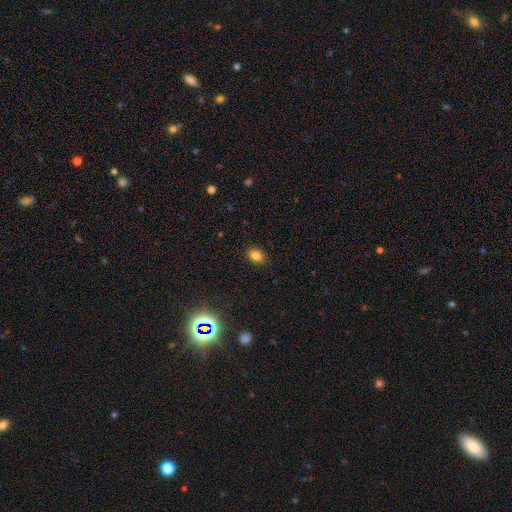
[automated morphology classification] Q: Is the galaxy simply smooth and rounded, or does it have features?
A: smooth — 82%.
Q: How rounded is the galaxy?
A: in between — 61%.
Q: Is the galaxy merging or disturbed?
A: none — 89%.